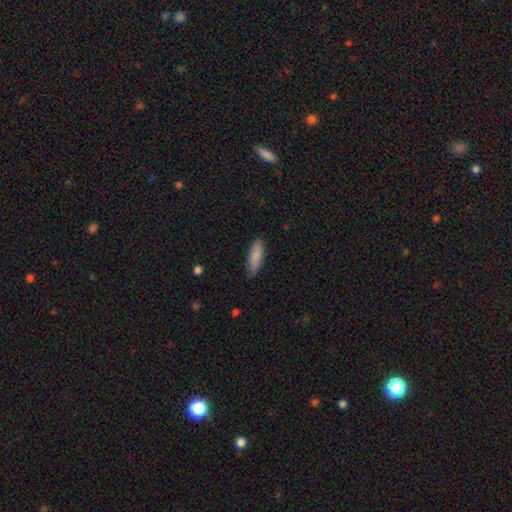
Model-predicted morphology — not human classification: This appears to be a smooth galaxy with no disk features (87%) that is in between round and cigar-shaped (51%). Merging: none (84%).